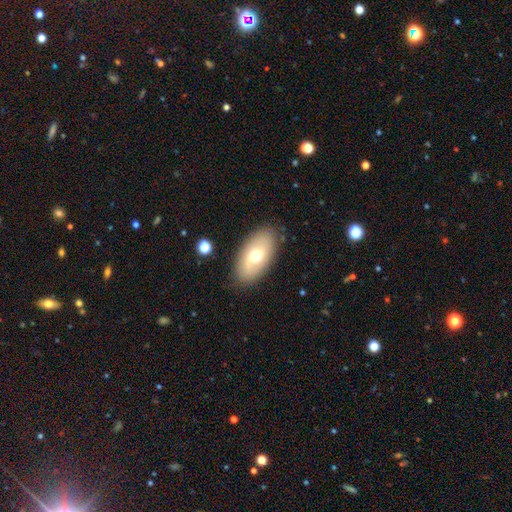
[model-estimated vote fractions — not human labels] smooth-or-featured: smooth: 61% | featured or disk: 32% | star or artifact: 7%
  how-rounded: in between: 93% | round: 4% | cigar-shaped: 3%
  merging: none: 84% | minor disturbance: 11% | major disturbance: 3% | merger: 1%